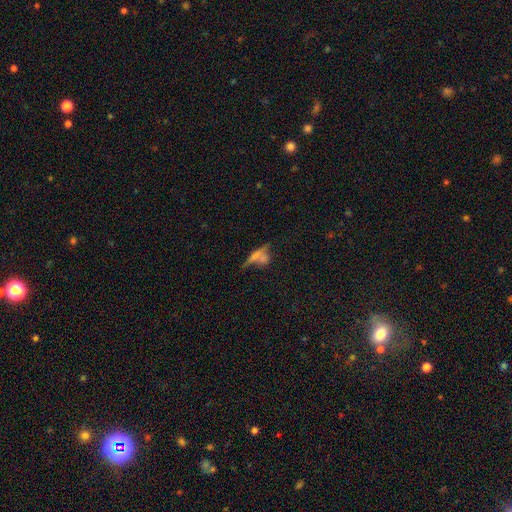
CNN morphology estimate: smooth-or-featured: smooth: 48% | featured or disk: 34% | star or artifact: 18%
  merging: merger: 42% | none: 36% | minor disturbance: 12% | major disturbance: 10%